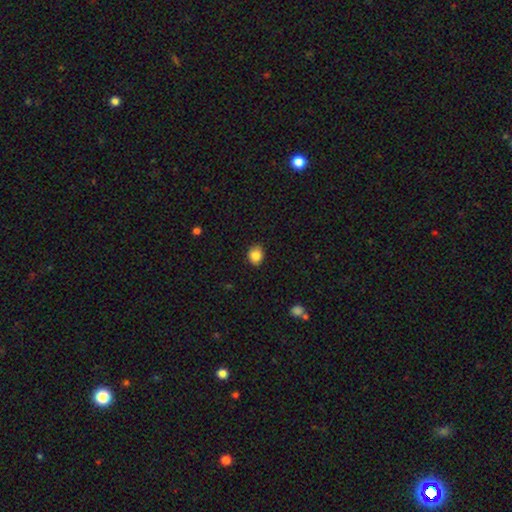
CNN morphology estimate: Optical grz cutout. It shows a smooth galaxy with no disk features (86%) that is round (68%). Merging: none (85%).